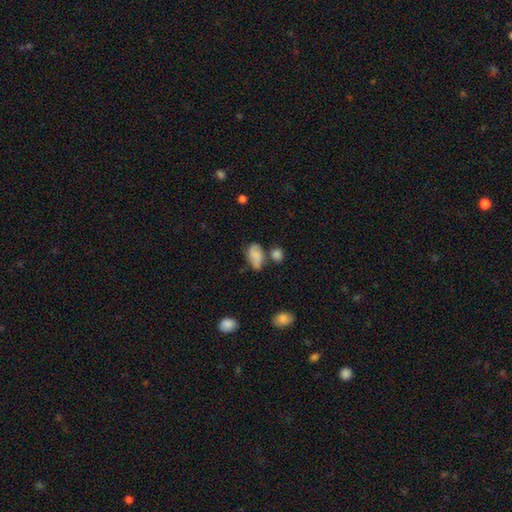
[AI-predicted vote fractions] Smooth or featured?
  - smooth: 77% *
  - featured or disk: 14%
  - star or artifact: 9%
How rounded?
  - in between: 88% *
  - round: 10%
  - cigar-shaped: 2%
Merging?
  - none: 43% *
  - minor disturbance: 28%
  - merger: 18%
  - major disturbance: 11%